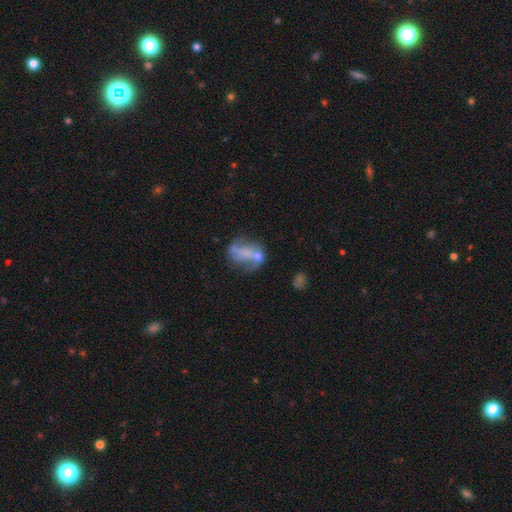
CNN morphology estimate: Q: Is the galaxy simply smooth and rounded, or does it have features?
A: featured or disk — 52%.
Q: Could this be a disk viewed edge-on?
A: no — 96%.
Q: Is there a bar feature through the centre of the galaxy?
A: no — 66%.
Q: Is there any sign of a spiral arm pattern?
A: no — 63%.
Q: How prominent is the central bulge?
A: none — 64%.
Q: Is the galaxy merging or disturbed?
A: none — 34%.